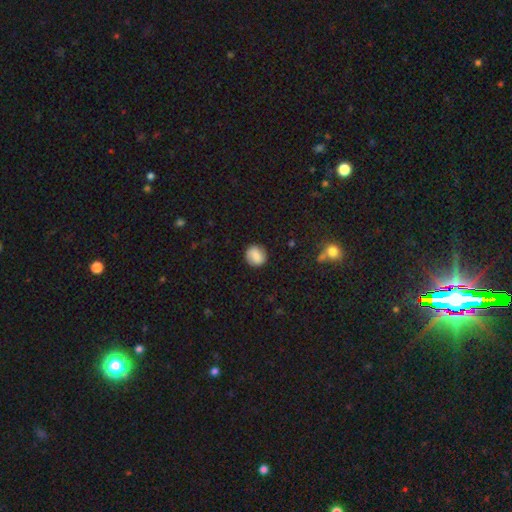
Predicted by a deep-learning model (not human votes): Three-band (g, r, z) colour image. It shows a smooth galaxy with no disk features (70%) that is round (84%). Merging: none (85%).